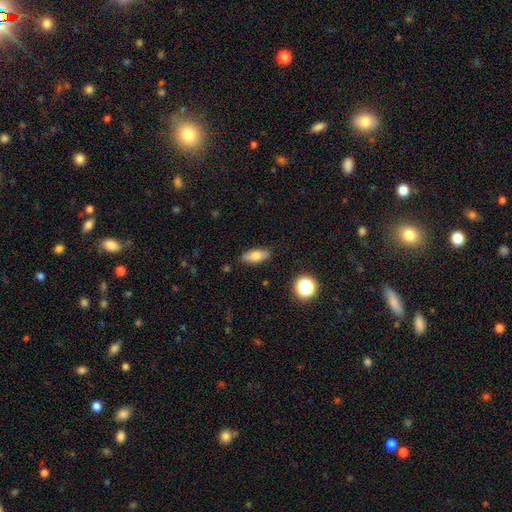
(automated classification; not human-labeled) Overall: smooth (70%). How rounded: in between (73%). Merging: none (85%).